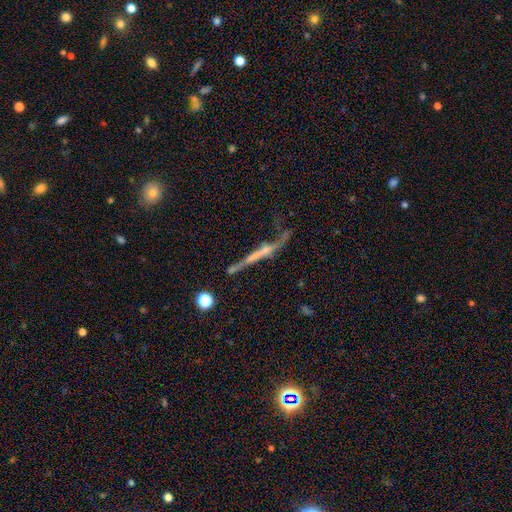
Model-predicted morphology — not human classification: Smooth or featured: featured or disk — 68% (smooth — 18%)
Edge-on disk: yes — 80% (no — 20%)
Edge-on bulge: none — 51% (rounded — 37%)
Merging: none — 46% (major disturbance — 21%)